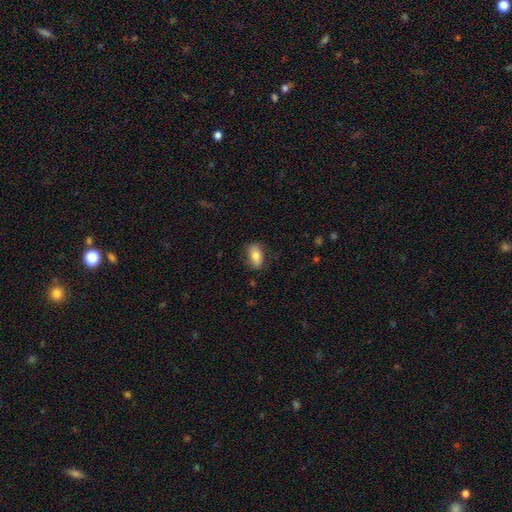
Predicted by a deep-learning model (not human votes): This appears to be a smooth galaxy with no disk features (77%) that is in between round and cigar-shaped (88%). Merging: none (79%).